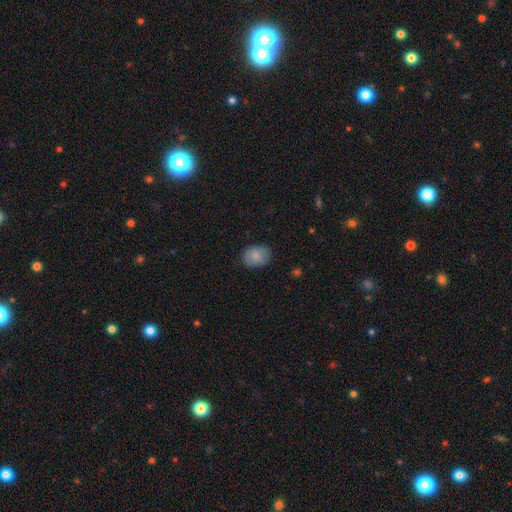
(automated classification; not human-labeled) smooth 82%, featured or disk 11%, star or artifact 7%. Down the decision tree: how rounded — in between (70%); merging — none (84%).